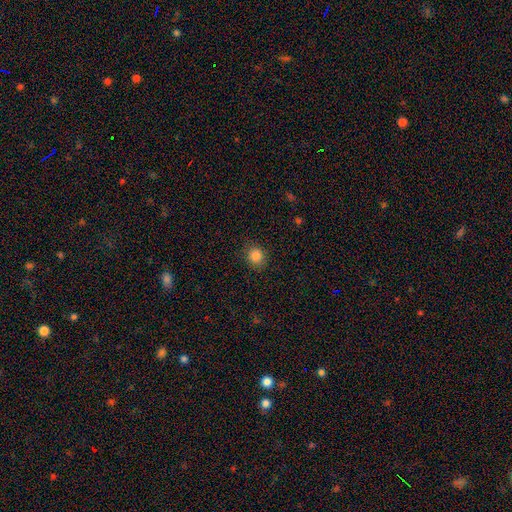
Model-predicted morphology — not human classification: Overall: smooth (85%). How rounded: round (81%). Merging: none (87%).